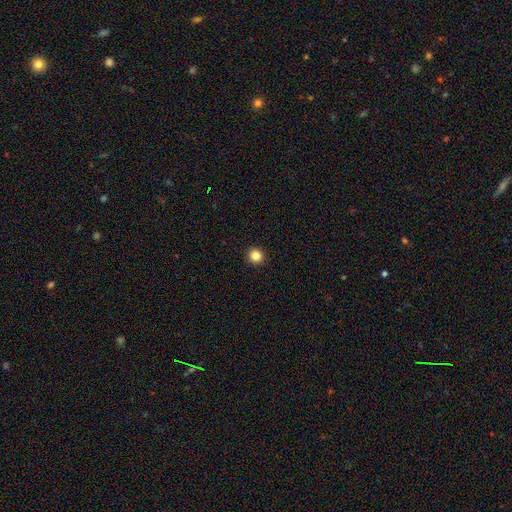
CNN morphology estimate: Smooth or featured?
  - smooth: 83% *
  - star or artifact: 12%
  - featured or disk: 5%
How rounded?
  - round: 96% *
  - in between: 3%
  - cigar-shaped: 1%
Merging?
  - none: 94% *
  - minor disturbance: 4%
  - major disturbance: 1%
  - merger: 1%